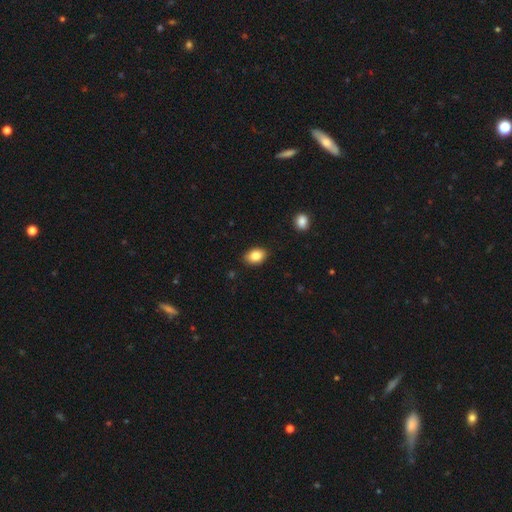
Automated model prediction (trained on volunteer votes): Overall: smooth (85%). How rounded: in between (83%). Merging: none (87%).